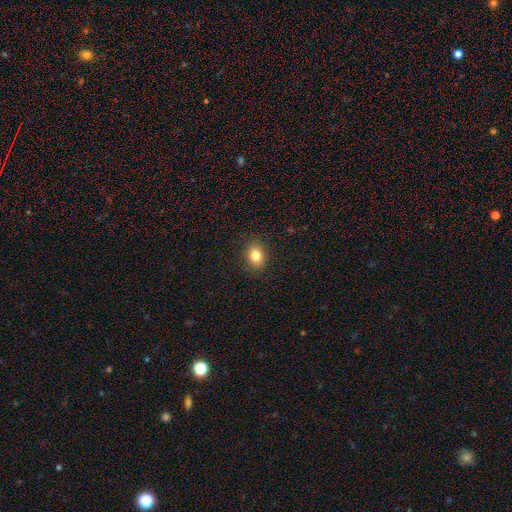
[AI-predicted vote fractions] Morphology: type=smooth (82%); roundness=in between (61%); merging=none (89%).